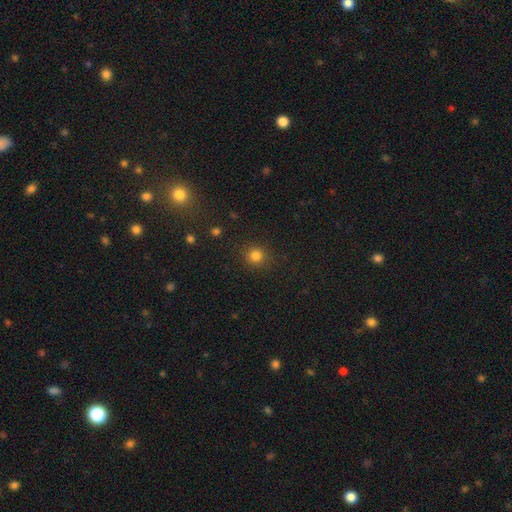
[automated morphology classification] A smooth galaxy with no disk features (82%) that is round (90%).

Vote fractions:
- Smooth or featured? smooth: 82% / star or artifact: 13% / featured or disk: 4%
- How rounded? round: 90% / in between: 9% / cigar-shaped: 1%
- Merging? none: 87% / minor disturbance: 8% / major disturbance: 3% / merger: 2%